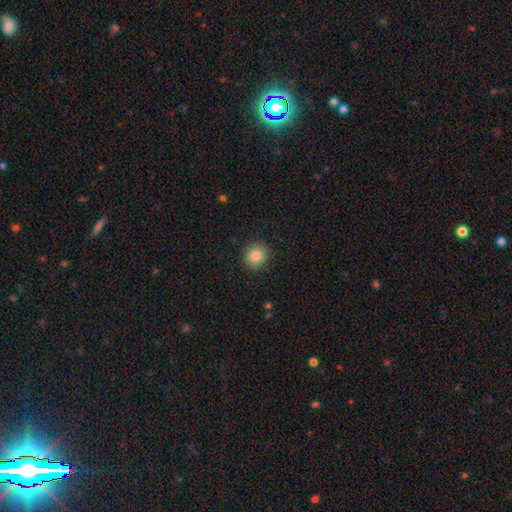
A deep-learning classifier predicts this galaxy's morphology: smooth_or_featured: smooth (p=0.84) [alt: star or artifact p=0.10]
how_rounded: round (p=0.81) [alt: in between p=0.18]
merging: none (p=0.89) [alt: minor disturbance p=0.07]